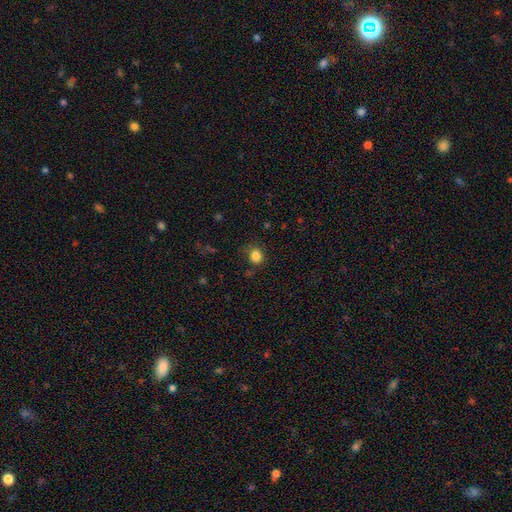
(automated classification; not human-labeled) smooth-or-featured: smooth: 84% | star or artifact: 11% | featured or disk: 4%
  how-rounded: round: 78% | in between: 21% | cigar-shaped: 1%
  merging: none: 78% | minor disturbance: 15% | major disturbance: 5% | merger: 2%